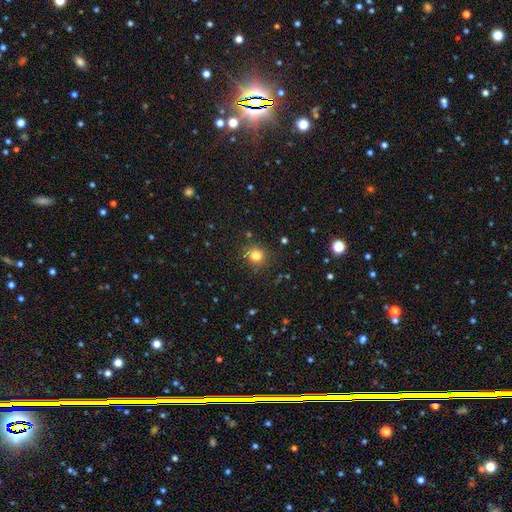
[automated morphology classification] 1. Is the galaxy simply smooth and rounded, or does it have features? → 79% smooth, 15% star or artifact, 6% featured or disk.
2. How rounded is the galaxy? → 86% round, 14% in between, 1% cigar-shaped.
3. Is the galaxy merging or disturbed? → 85% none, 10% minor disturbance, 3% major disturbance, 2% merger.